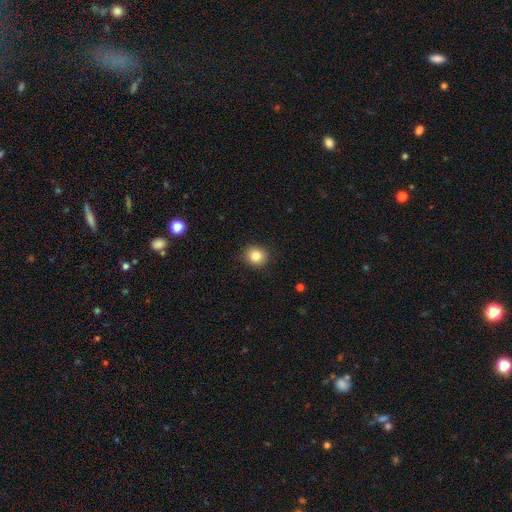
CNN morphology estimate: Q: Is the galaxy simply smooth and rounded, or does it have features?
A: smooth — 83%.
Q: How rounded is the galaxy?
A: round — 83%.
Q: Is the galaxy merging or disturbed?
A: none — 90%.